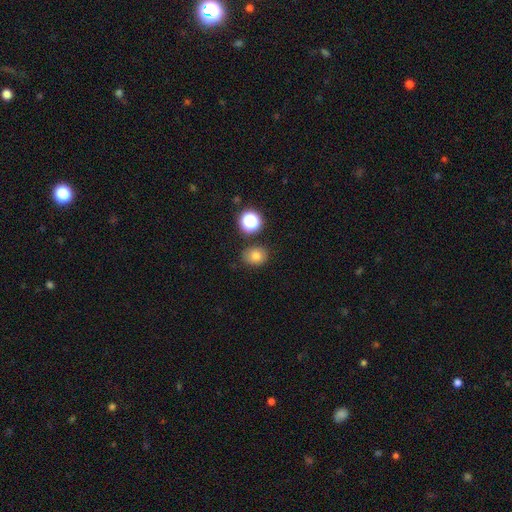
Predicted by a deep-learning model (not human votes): A smooth galaxy with no disk features (78%) that is round (56%). Merging: none (79%).